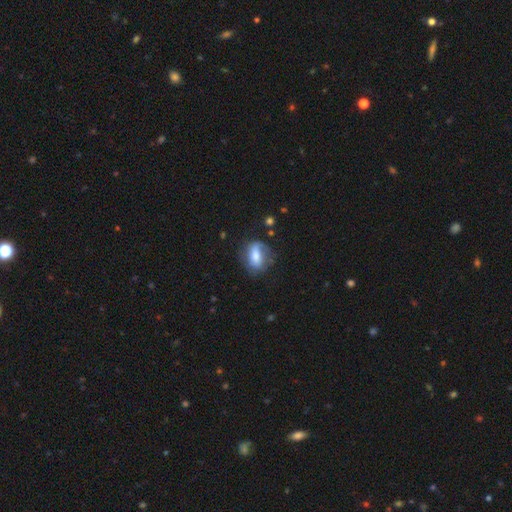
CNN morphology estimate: smooth-or-featured: smooth: 58% | featured or disk: 34% | star or artifact: 8%
  how-rounded: in between: 73% | round: 22% | cigar-shaped: 4%
  merging: none: 59% | minor disturbance: 26% | major disturbance: 13% | merger: 2%